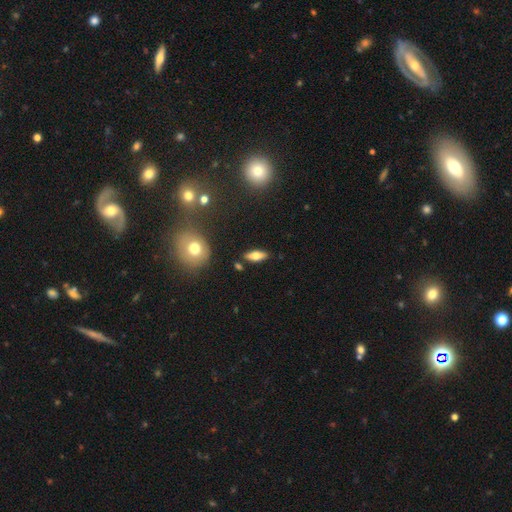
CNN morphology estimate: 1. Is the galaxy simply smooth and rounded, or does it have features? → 60% smooth, 32% featured or disk, 8% star or artifact.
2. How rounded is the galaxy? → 66% in between, 30% cigar-shaped, 4% round.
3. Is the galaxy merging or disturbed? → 86% none, 9% minor disturbance, 3% merger, 2% major disturbance.